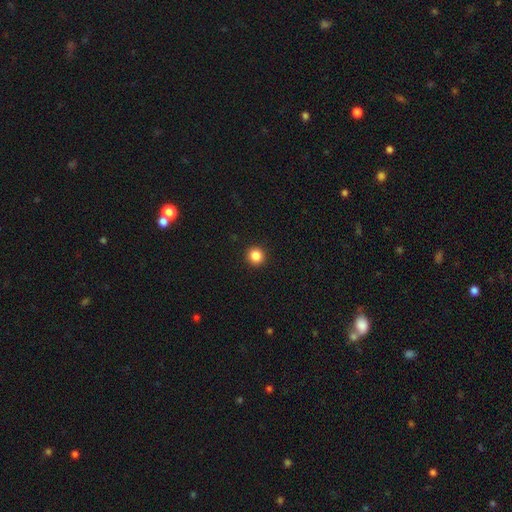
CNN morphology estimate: This appears to be a smooth galaxy with no disk features (86%) that is round (94%). Merging: none (93%).